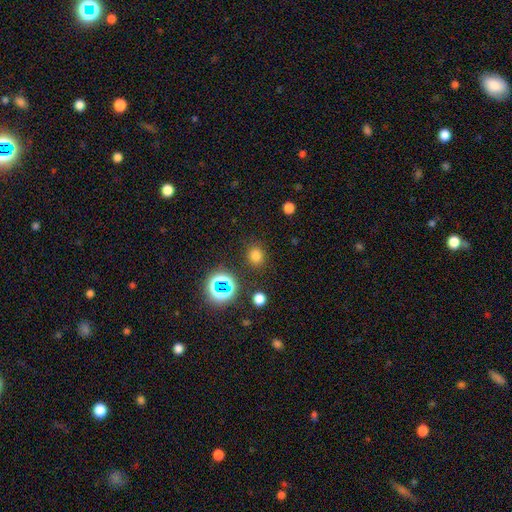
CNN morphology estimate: smooth-or-featured: smooth: 73% | star or artifact: 21% | featured or disk: 5%
  how-rounded: round: 80% | in between: 19% | cigar-shaped: 1%
  merging: none: 86% | minor disturbance: 8% | major disturbance: 3% | merger: 3%